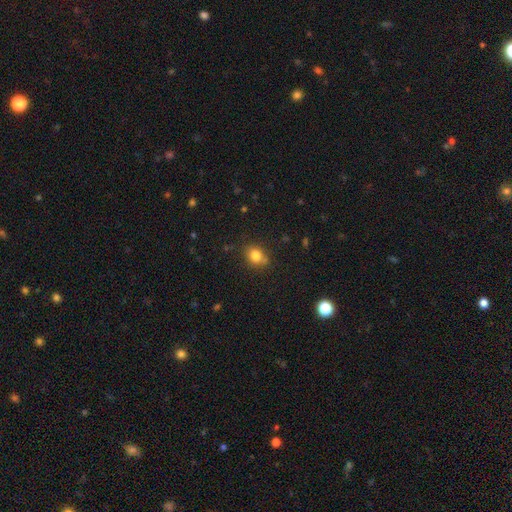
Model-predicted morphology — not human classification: Smooth or featured?
  - smooth: 81% *
  - star or artifact: 12%
  - featured or disk: 8%
How rounded?
  - round: 63% *
  - in between: 36%
  - cigar-shaped: 1%
Merging?
  - none: 72% *
  - minor disturbance: 16%
  - merger: 7%
  - major disturbance: 4%